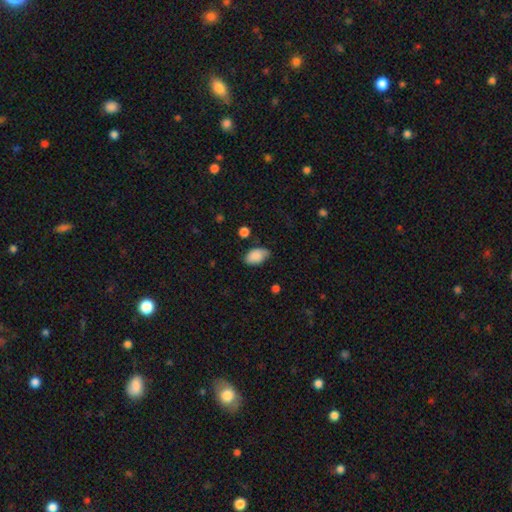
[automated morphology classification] Overall: smooth (87%). How rounded: in between (92%). Merging: none (66%; minor disturbance 27%).